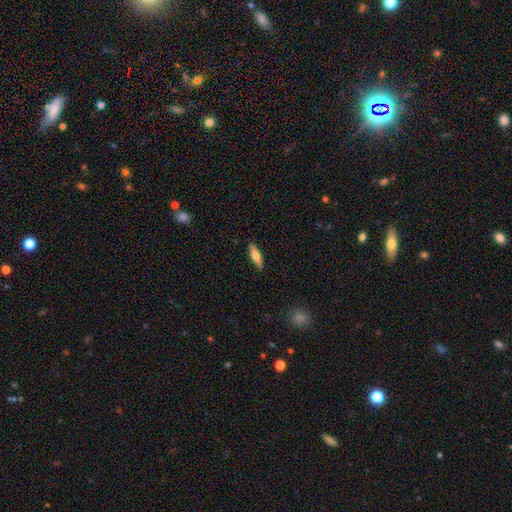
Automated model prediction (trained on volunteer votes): Morphology: type=smooth (68%); roundness=cigar-shaped (60%); merging=none (89%).